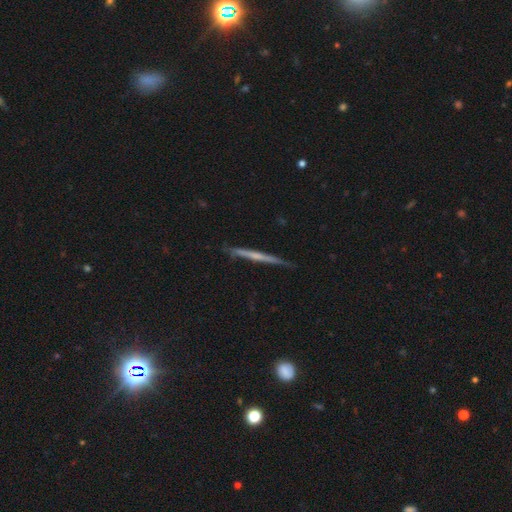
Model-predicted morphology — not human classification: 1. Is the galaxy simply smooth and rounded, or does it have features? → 59% featured or disk, 35% smooth, 6% star or artifact.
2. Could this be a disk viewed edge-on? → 97% yes, 3% no.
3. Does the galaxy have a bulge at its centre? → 69% none, 24% rounded, 7% boxy.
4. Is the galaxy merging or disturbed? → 86% none, 11% minor disturbance, 2% major disturbance, 1% merger.